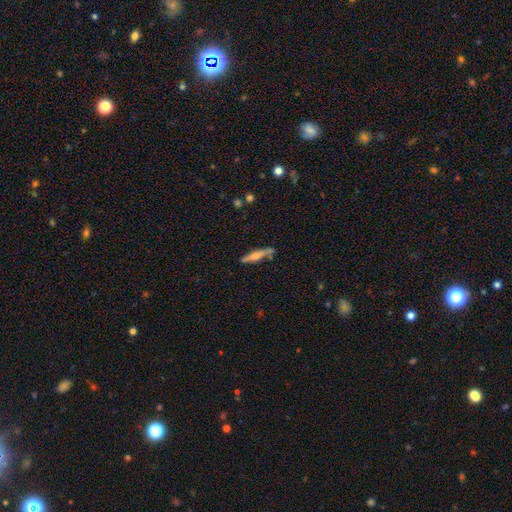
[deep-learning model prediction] Smooth or featured? featured or disk (51%)
Edge-on disk? yes (94%)
Merging? none (77%)